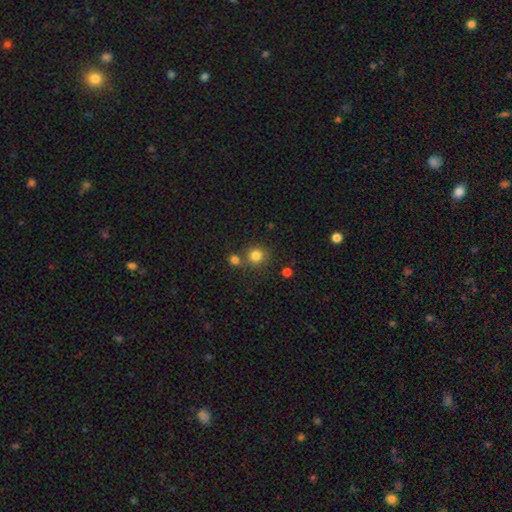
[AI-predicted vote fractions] smooth 82%, star or artifact 12%, featured or disk 6%. Down the decision tree: how rounded — round (90%); merging — none (68%).